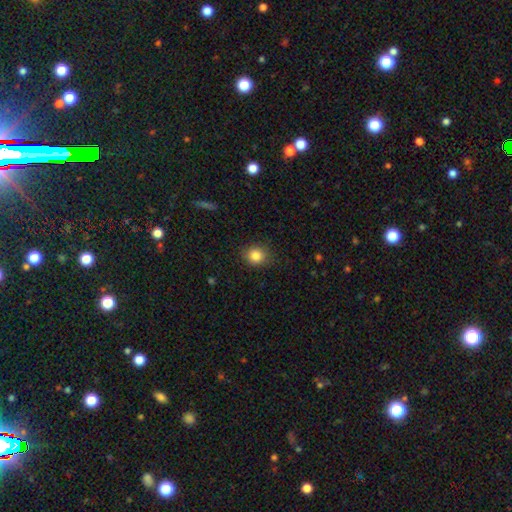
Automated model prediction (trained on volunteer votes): Overall: smooth (84%). How rounded: round (79%). Merging: none (86%).